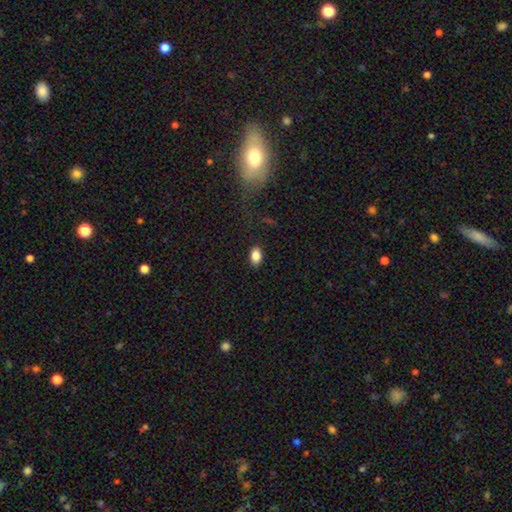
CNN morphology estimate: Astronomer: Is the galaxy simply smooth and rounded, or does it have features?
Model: smooth — 86%.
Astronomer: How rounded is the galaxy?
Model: in between — 87%.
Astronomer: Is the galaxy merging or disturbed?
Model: none — 87%.